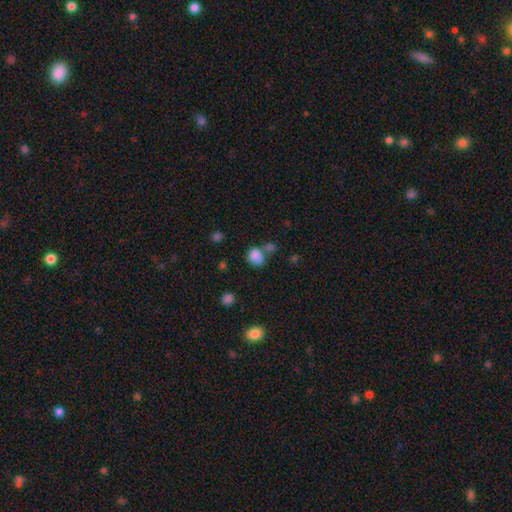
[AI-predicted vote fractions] The model was most divided on "merging": none: 51%, merger: 28%, minor disturbance: 15%, major disturbance: 6%. More confident: smooth or featured — smooth (83%); how rounded — round (63%).